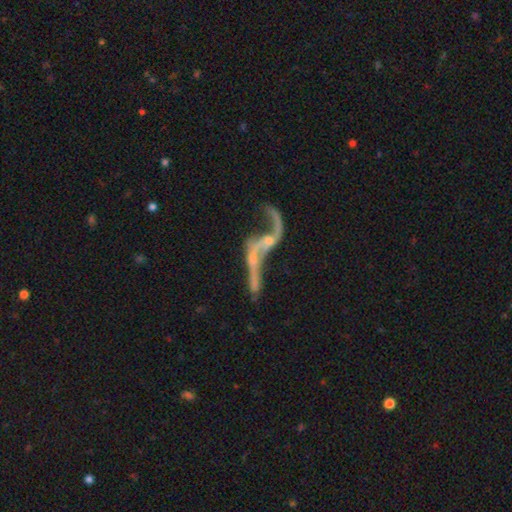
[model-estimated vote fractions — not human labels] A featured or disk galaxy (81%) with no bar (61%), 2 (83%) loose (93%) spiral arms (74%) and a small central bulge (51%).

Vote fractions:
- Smooth or featured? featured or disk: 81% / star or artifact: 10% / smooth: 9%
- Edge-on disk? no: 87% / yes: 13%
- Bar? no: 61% / weak: 27% / strong: 12%
- Spiral arms? yes: 74% / no: 26%
- Spiral winding? loose: 93% / medium: 5% / tight: 2%
- Spiral arm count? 2: 83% / 1: 9% / can't tell: 4% / 3: 2% / 4: 1% / more than 4: 1%
- Bulge size? small: 51% / none: 34% / moderate: 12% / large: 2% / dominant: 1%
- Merging? none: 31% / merger: 30% / major disturbance: 27% / minor disturbance: 13%